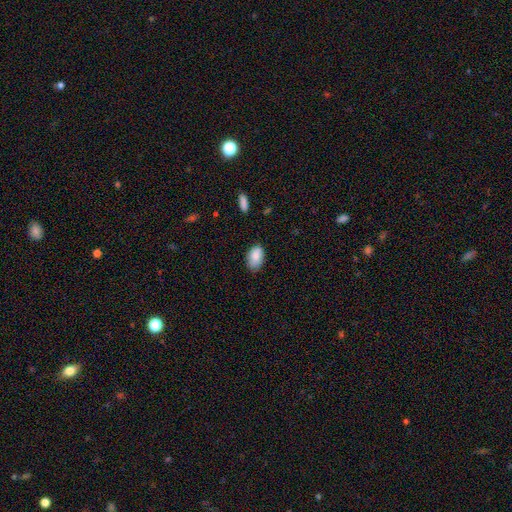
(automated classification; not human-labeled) Smooth or featured: smooth — 87% (star or artifact — 7%)
How rounded: in between — 92% (round — 7%)
Merging: none — 74% (minor disturbance — 22%)